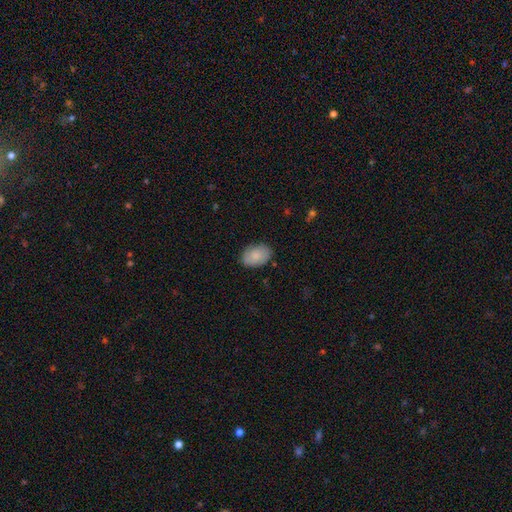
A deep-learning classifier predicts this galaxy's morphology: This appears to be a smooth galaxy with no disk features (85%) that is in between round and cigar-shaped (85%). Merging: none (85%).